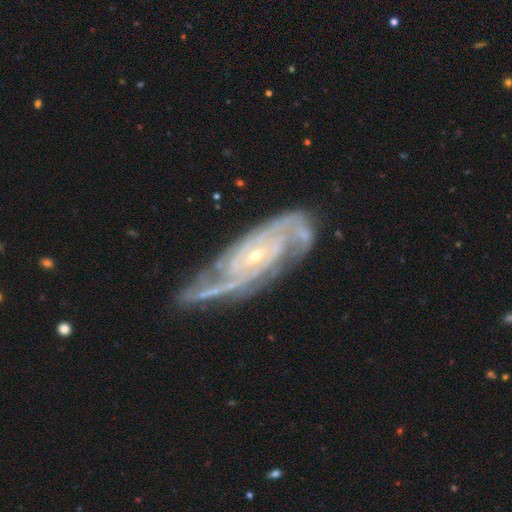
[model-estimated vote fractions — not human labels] featured or disk 91%, star or artifact 5%, smooth 4%. Down the decision tree: edge-on disk — no (93%); bar — no (51%); spiral arms — yes (98%); spiral arm count — 2 (50%); spiral winding — tight (54%); bulge size — small (76%); merging — none (67%).